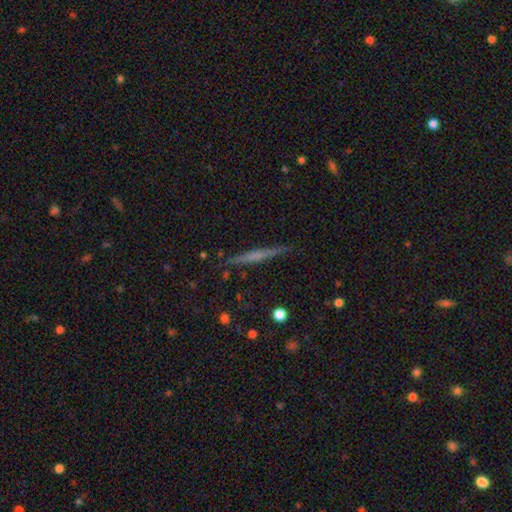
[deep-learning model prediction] Smooth or featured?
  - featured or disk: 59% *
  - smooth: 33%
  - star or artifact: 8%
Edge-on disk?
  - yes: 98% *
  - no: 2%
Edge-on bulge?
  - none: 55% *
  - rounded: 31%
  - boxy: 14%
Merging?
  - none: 89% *
  - minor disturbance: 8%
  - major disturbance: 2%
  - merger: 1%